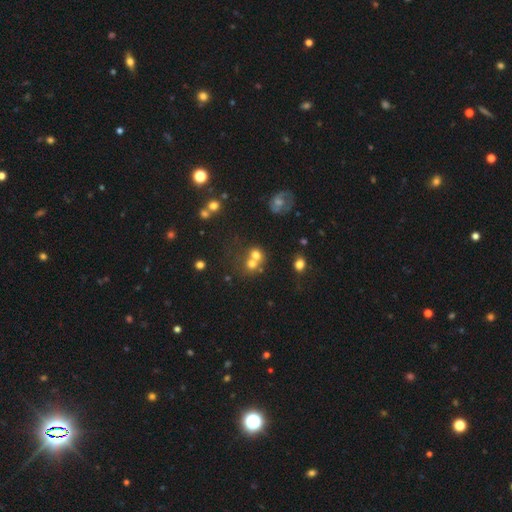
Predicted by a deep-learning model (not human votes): Overall: smooth (64%). How rounded: round (75%). Merging: merger (54%; none 34%).